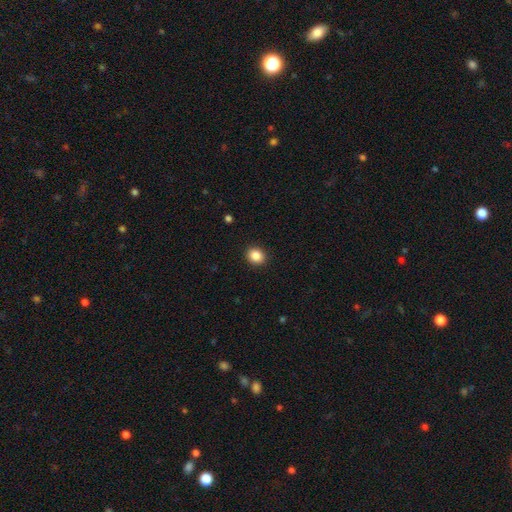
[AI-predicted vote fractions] smooth_or_featured: smooth (p=0.87) [alt: star or artifact p=0.10]
how_rounded: round (p=0.68) [alt: in between p=0.31]
merging: none (p=0.91) [alt: minor disturbance p=0.06]